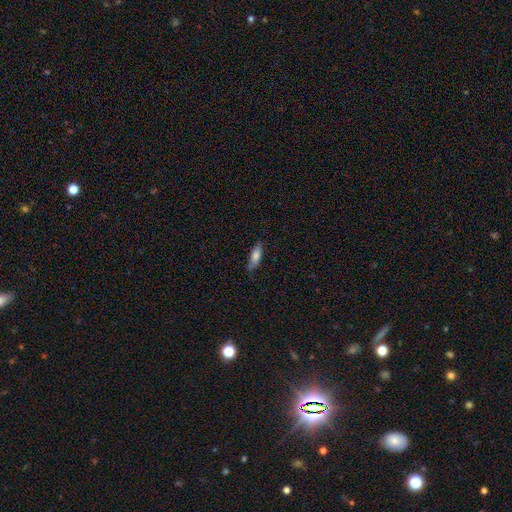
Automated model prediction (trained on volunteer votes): A smooth galaxy with no disk features (76%) that is in between round and cigar-shaped (56%). Merging: none (76%).